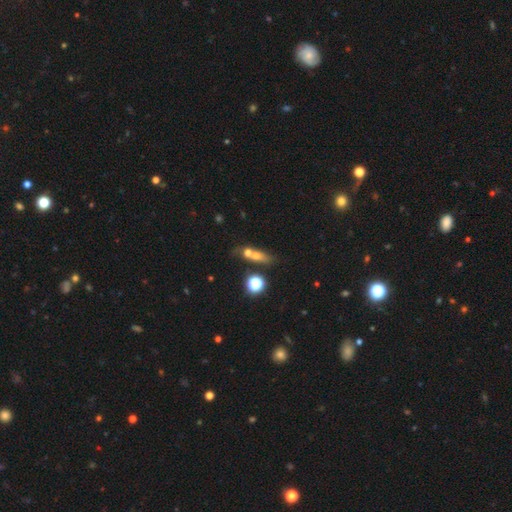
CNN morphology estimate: Smooth or featured: smooth — 57% (featured or disk — 25%)
How rounded: round — 38% (tied with in between — 38%)
Merging: merger — 45% (none — 38%)